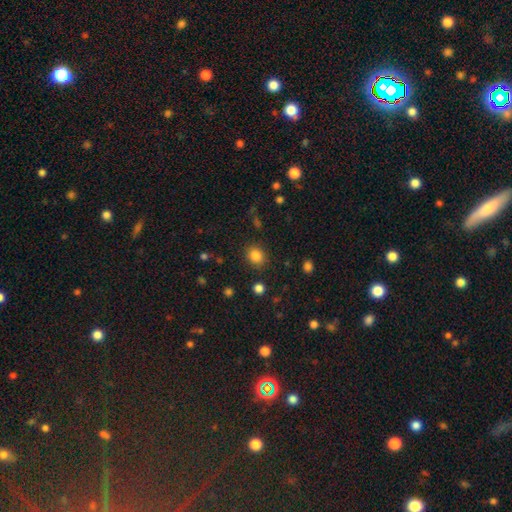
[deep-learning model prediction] Overall: smooth (84%). How rounded: round (70%). Merging: none (87%).